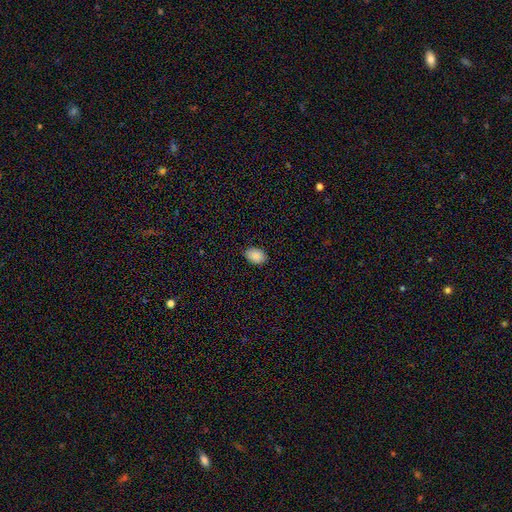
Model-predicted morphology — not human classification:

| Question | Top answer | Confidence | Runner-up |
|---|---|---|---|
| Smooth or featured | smooth | 88% | star or artifact (8%) |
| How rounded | in between | 78% | round (21%) |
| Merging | none | 86% | minor disturbance (11%) |